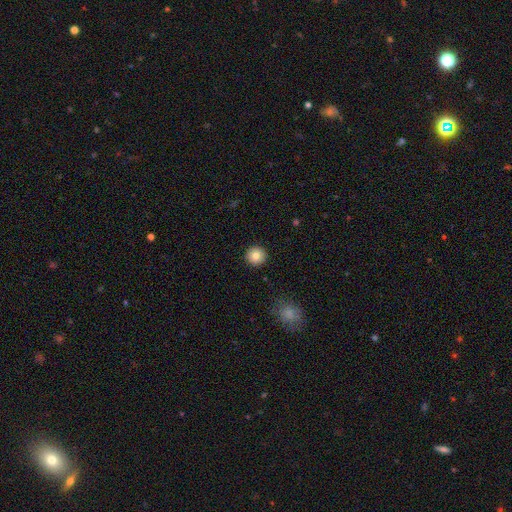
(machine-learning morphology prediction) smooth 83%, star or artifact 9%, featured or disk 8%. Down the decision tree: how rounded — round (95%); merging — none (92%).